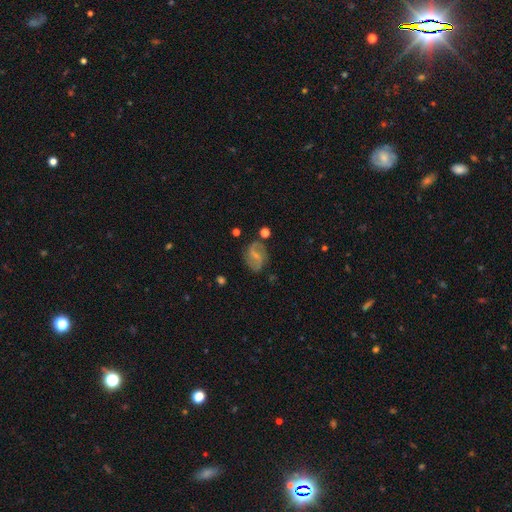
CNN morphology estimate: Overall: featured or disk (66%). Edge-on disk: no (97%). Bar: weak (50%; no 29%). Spiral arms: yes (89%). Spiral arm count: 2 (86%). Spiral winding: loose (51%; medium 37%). Bulge size: small (51%; none 32%). Merging: none (70%).